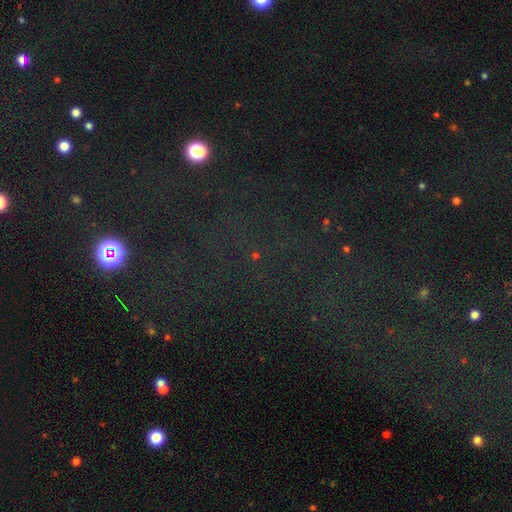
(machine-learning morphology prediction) type=star or artifact (73%).